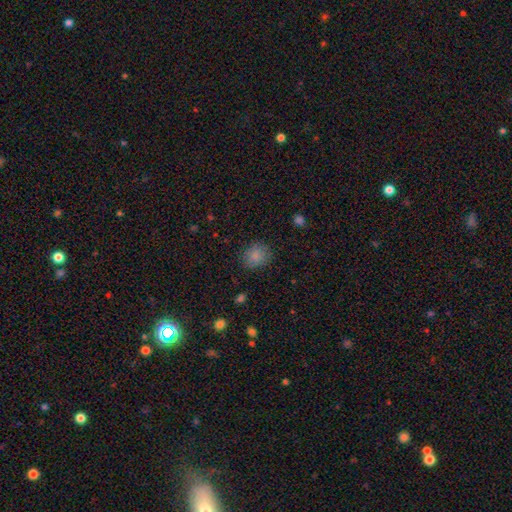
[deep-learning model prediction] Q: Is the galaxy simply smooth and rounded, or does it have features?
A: smooth — 85%.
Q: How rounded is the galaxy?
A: round — 73%.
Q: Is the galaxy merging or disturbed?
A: none — 84%.